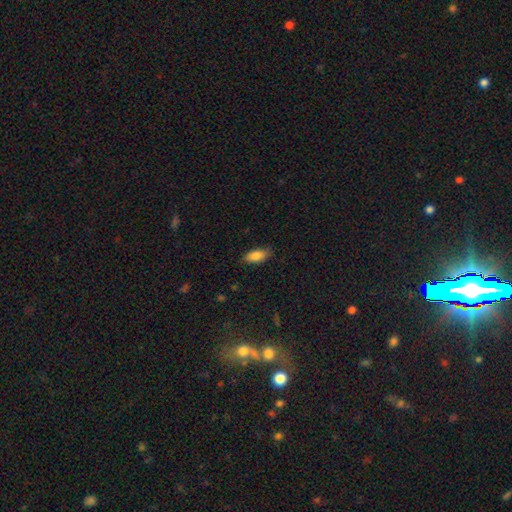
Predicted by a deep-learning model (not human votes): Smooth or featured?
  - smooth: 84% *
  - featured or disk: 9%
  - star or artifact: 7%
How rounded?
  - in between: 85% *
  - cigar-shaped: 13%
  - round: 2%
Merging?
  - none: 81% *
  - minor disturbance: 15%
  - major disturbance: 3%
  - merger: 1%